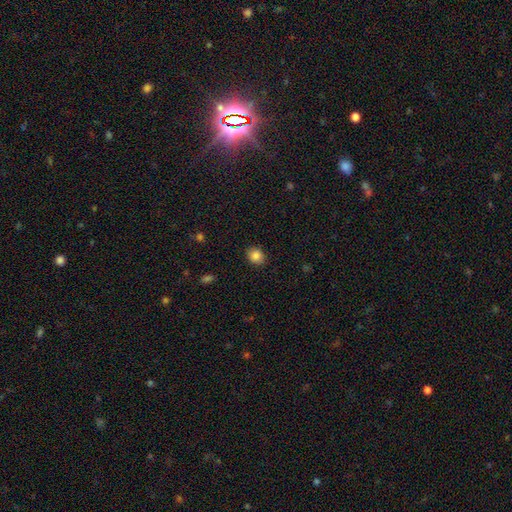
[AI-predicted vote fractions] Morphology: type=smooth (85%); roundness=round (55%); merging=none (88%).